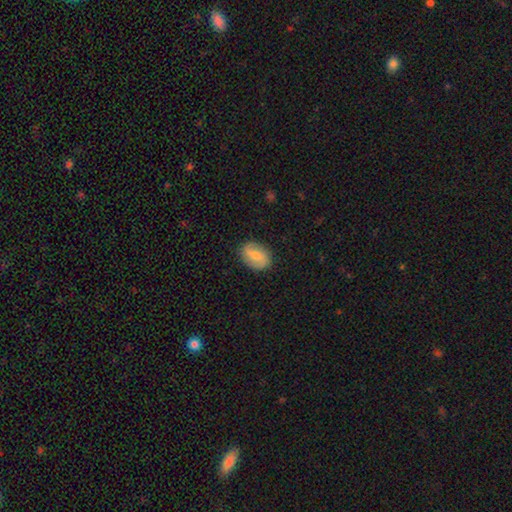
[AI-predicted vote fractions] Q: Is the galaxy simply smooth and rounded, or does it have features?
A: smooth — 51%.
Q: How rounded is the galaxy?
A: in between — 74%.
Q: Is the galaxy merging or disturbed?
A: none — 83%.